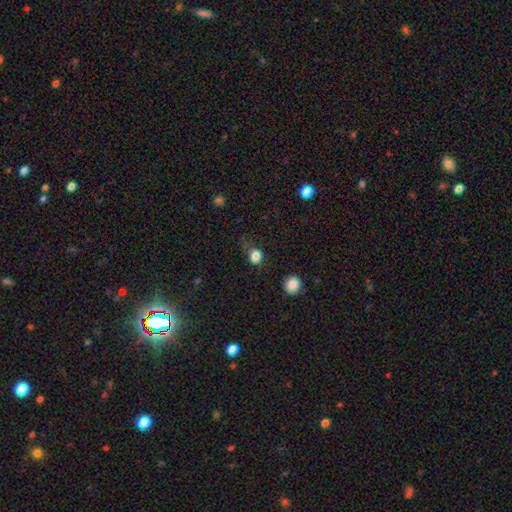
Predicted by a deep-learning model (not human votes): The model was most divided on "merging": none: 55%, minor disturbance: 26%, major disturbance: 15%, merger: 3%. More confident: smooth or featured — smooth (82%); how rounded — round (80%).